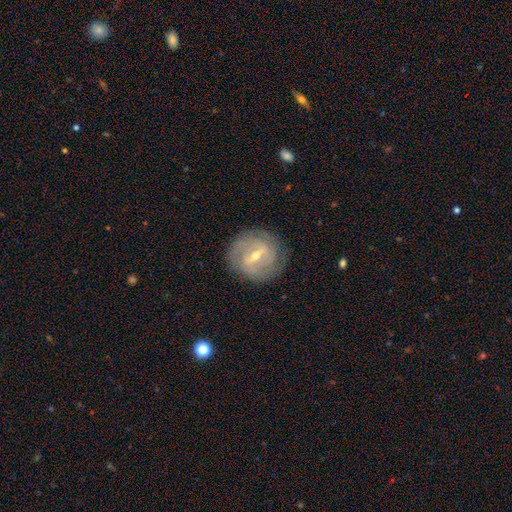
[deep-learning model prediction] This is likely a featured or disk galaxy (77%). It is clearly not viewed edge-on (94%). Bar: possibly weak (45%). Spiral arm pattern: likely yes (78%). Spiral arm count: possibly 2 (46%). Spiral winding: possibly tight (58%). Central bulge: possibly small (50%). Merging: clearly none (82%).